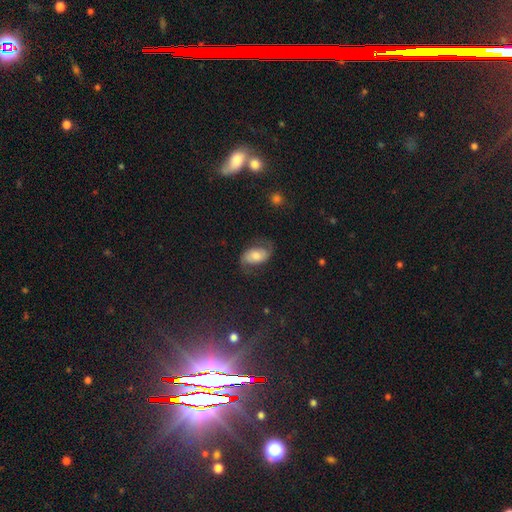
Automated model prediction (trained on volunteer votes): A featured or disk galaxy (51%). Merging: none (62%).